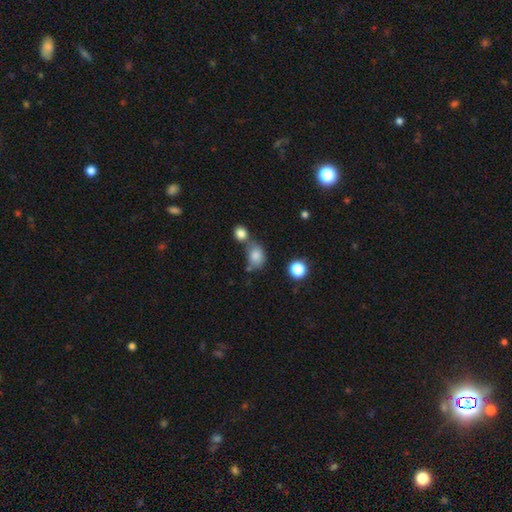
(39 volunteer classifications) Volunteers were most divided on "merging": none: 46%, merger: 29%, minor disturbance: 20%, major disturbance: 6%. More confident: smooth or featured — smooth (87%); how rounded — in between (79%).